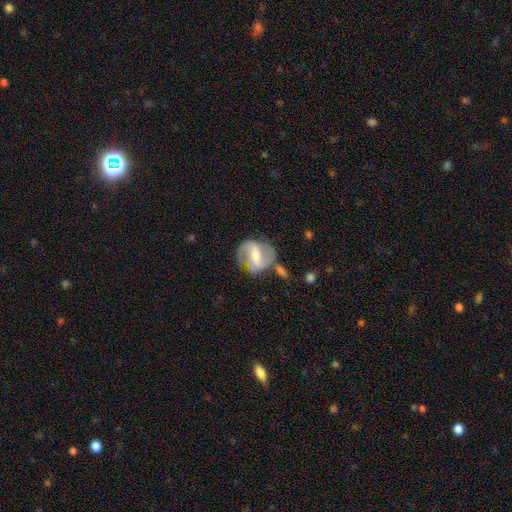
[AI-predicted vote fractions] Morphology: type=featured or disk (82%); edge-on=no (97%); bar=weak (44%); spiral arms=yes (93%); winding=medium (49%); arm count=2 (83%); bulge=moderate (56%); merging=none (65%).